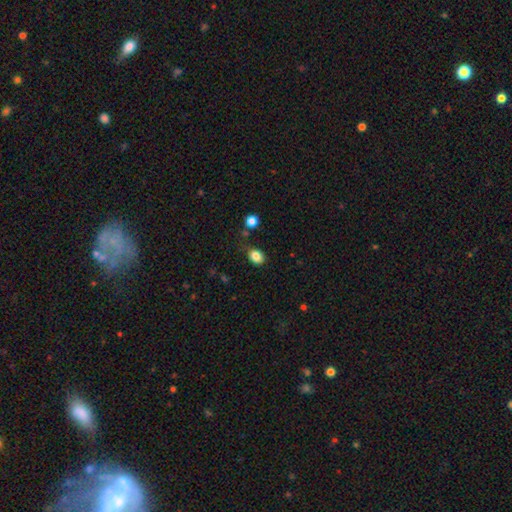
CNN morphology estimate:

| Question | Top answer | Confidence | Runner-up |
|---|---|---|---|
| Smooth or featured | smooth | 84% | star or artifact (10%) |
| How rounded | in between | 65% | round (34%) |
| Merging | none | 75% | minor disturbance (18%) |